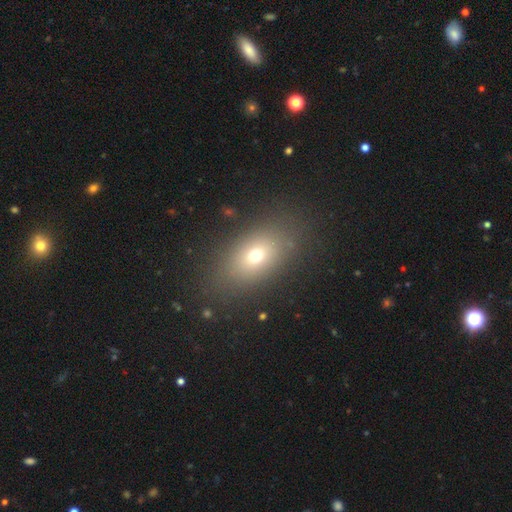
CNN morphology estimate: smooth-or-featured: smooth: 68% | featured or disk: 17% | star or artifact: 15%
  how-rounded: in between: 78% | round: 18% | cigar-shaped: 4%
  merging: none: 82% | minor disturbance: 10% | major disturbance: 6% | merger: 2%